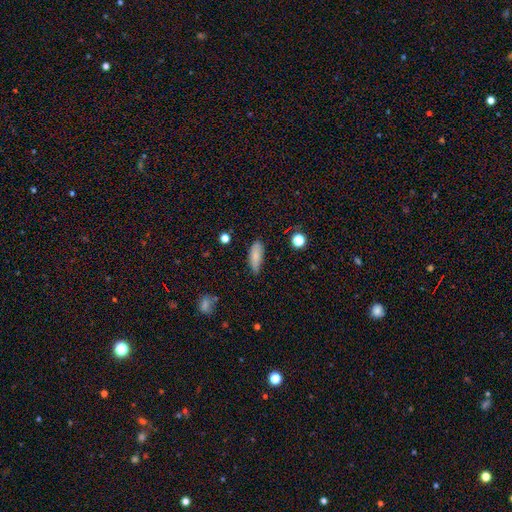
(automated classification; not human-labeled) Morphology: type=smooth (81%); roundness=in between (69%); merging=none (69%).